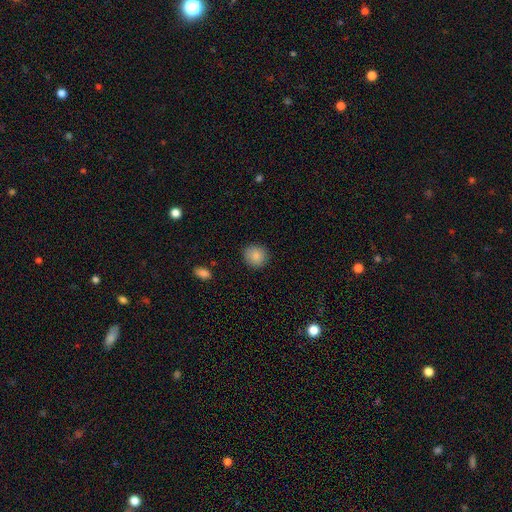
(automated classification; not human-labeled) A smooth galaxy with no disk features (87%) that is round (87%).

Vote fractions:
- Smooth or featured? smooth: 87% / star or artifact: 9% / featured or disk: 4%
- How rounded? round: 87% / in between: 12% / cigar-shaped: 1%
- Merging? none: 90% / minor disturbance: 7% / major disturbance: 2% / merger: 1%